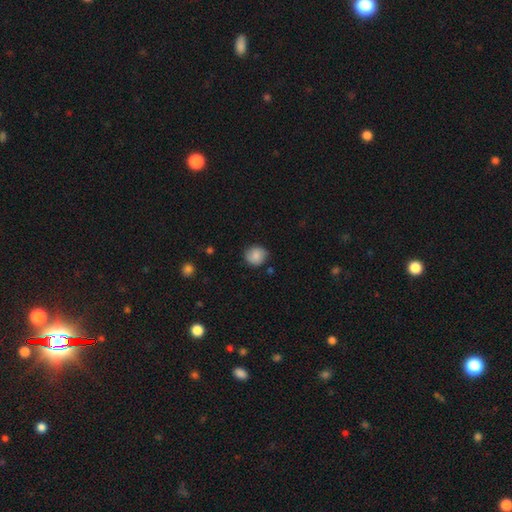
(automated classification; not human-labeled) Q: Smooth or featured?
A: smooth (84%); runner-up: star or artifact (8%)
Q: How rounded?
A: round (84%); runner-up: in between (15%)
Q: Merging?
A: none (81%); runner-up: minor disturbance (14%)